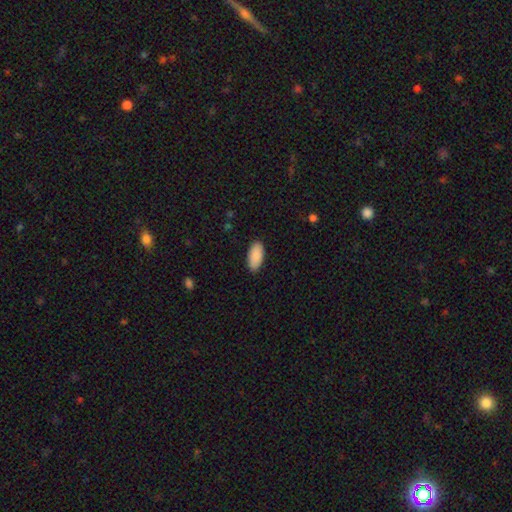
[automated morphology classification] A smooth galaxy with no disk features (91%) that is in between round and cigar-shaped (92%).

Vote fractions:
- Smooth or featured? smooth: 91% / star or artifact: 6% / featured or disk: 3%
- How rounded? in between: 92% / cigar-shaped: 6% / round: 2%
- Merging? none: 88% / minor disturbance: 9% / major disturbance: 2% / merger: 1%